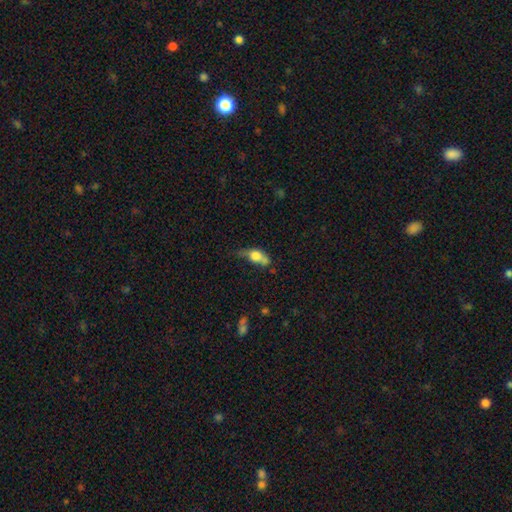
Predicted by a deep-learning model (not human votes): Q: Smooth or featured?
A: smooth (65%); runner-up: featured or disk (26%)
Q: How rounded?
A: in between (70%); runner-up: cigar-shaped (16%)
Q: Merging?
A: minor disturbance (34%); runner-up: none (31%)